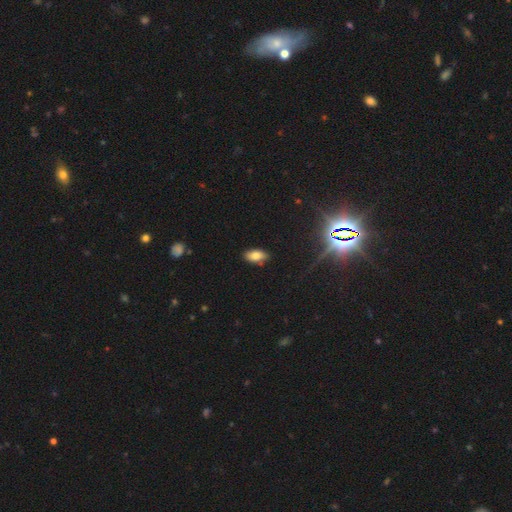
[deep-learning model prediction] Morphology: type=smooth (80%); roundness=in between (92%); merging=none (83%).